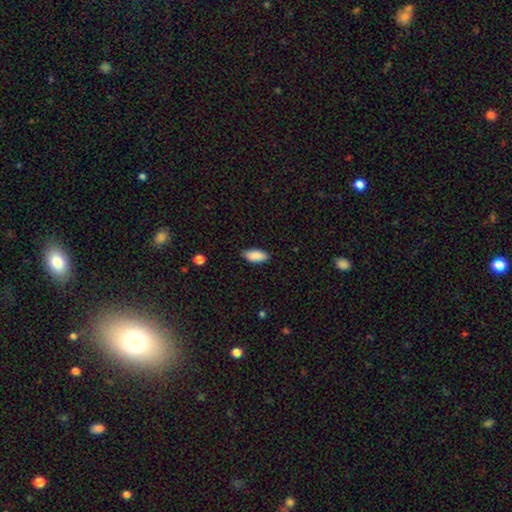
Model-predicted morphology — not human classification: A smooth galaxy with no disk features (90%) that is in between round and cigar-shaped (89%). Merging: none (85%).